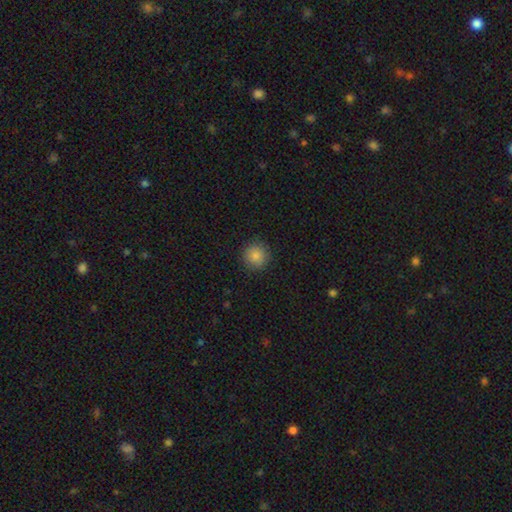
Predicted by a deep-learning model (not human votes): smooth 85%, star or artifact 10%, featured or disk 5%. Down the decision tree: how rounded — round (94%); merging — none (90%).